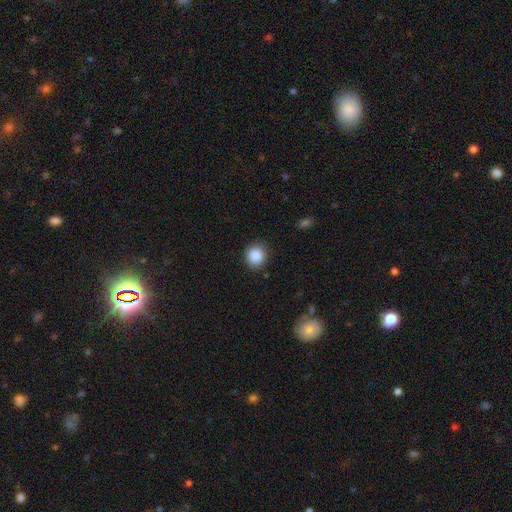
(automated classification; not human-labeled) Smooth or featured? Predicted: smooth (p=0.87). How rounded? Predicted: round (p=0.86). Merging? Predicted: none (p=0.88).